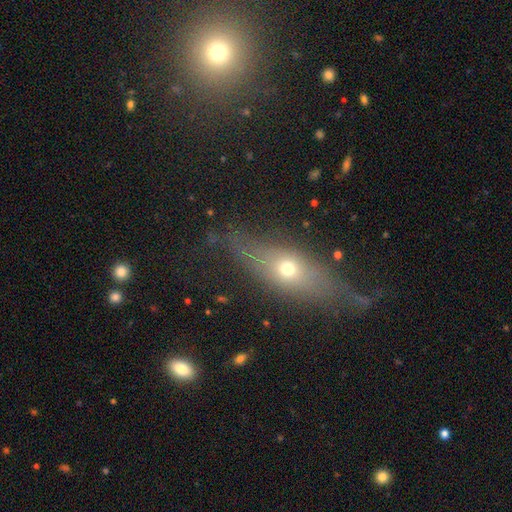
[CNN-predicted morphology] Smooth or featured: featured or disk — 57% (smooth — 30%)
Edge-on disk: yes — 71% (no — 29%)
Merging: none — 71% (minor disturbance — 19%)